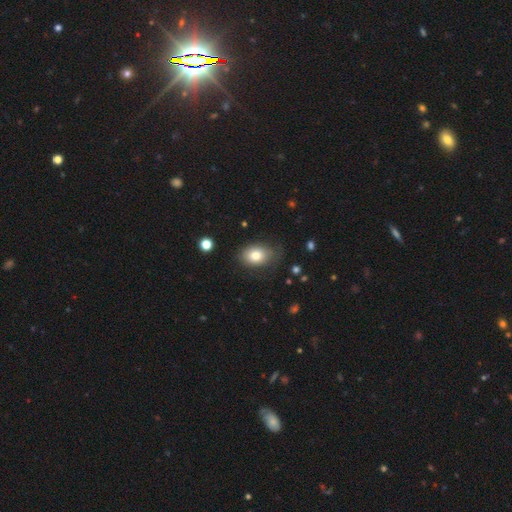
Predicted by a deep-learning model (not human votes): Morphology: type=smooth (78%); roundness=in between (75%); merging=none (69%).